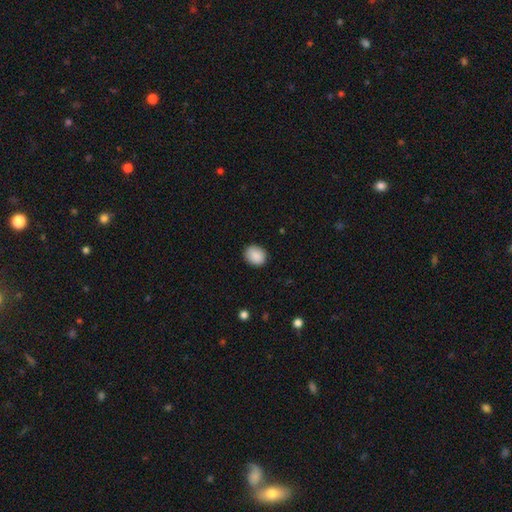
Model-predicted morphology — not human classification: type=smooth (89%); roundness=round (62%); merging=none (87%).